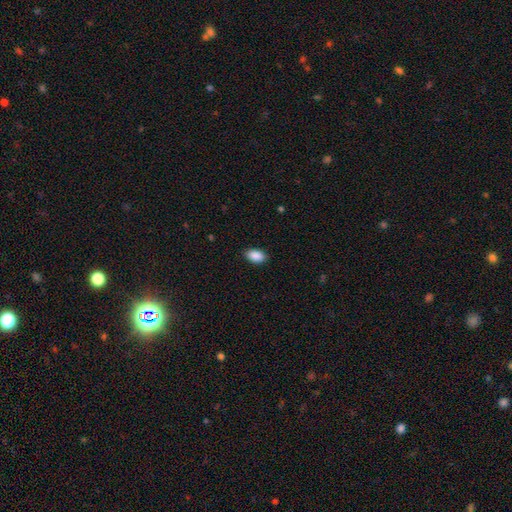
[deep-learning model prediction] Overall: smooth (90%). How rounded: in between (92%). Merging: none (88%).